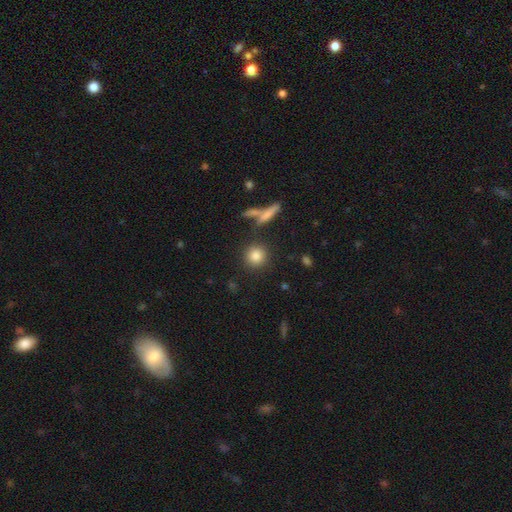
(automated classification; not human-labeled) Overall: smooth (83%). How rounded: round (88%). Merging: none (82%).